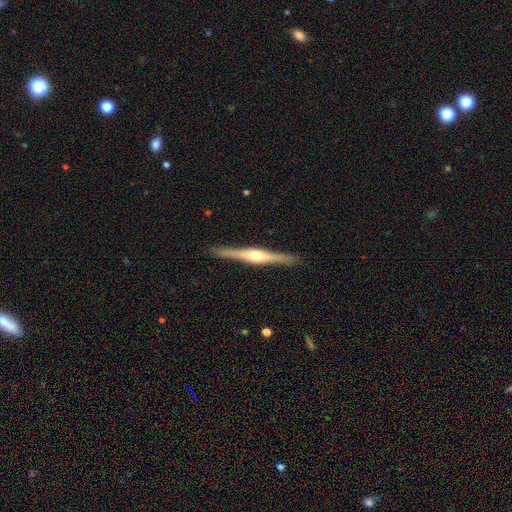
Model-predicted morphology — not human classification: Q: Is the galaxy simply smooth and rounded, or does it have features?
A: featured or disk — 79%.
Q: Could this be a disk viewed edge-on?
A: yes — 98%.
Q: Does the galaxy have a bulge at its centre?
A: rounded — 91%.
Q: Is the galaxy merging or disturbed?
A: none — 91%.